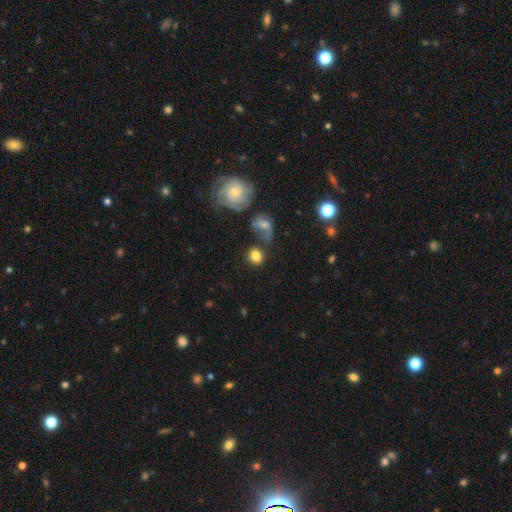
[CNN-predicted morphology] smooth 75%, featured or disk 15%, star or artifact 10%. Down the decision tree: how rounded — round (70%); merging — none (56%).